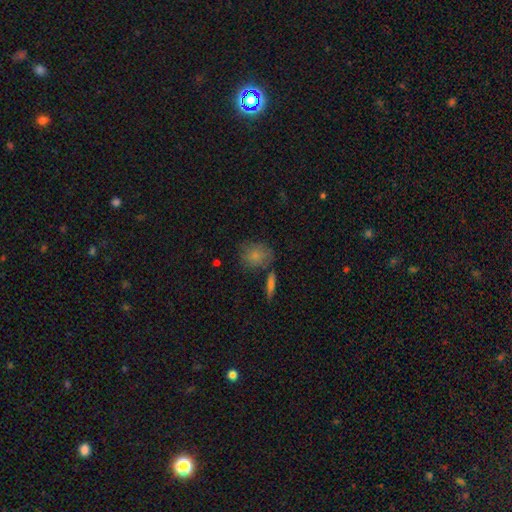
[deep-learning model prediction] The model was most divided on "how rounded": round: 56%, in between: 42%, cigar-shaped: 2%. More confident: smooth or featured — smooth (78%); merging — none (62%).